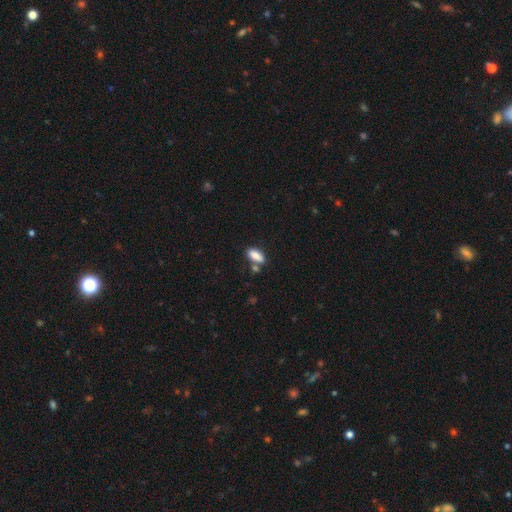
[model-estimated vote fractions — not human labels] smooth_or_featured: smooth (p=0.86) [alt: star or artifact p=0.08]
how_rounded: in between (p=0.85) [alt: cigar-shaped p=0.11]
merging: none (p=0.61) [alt: merger p=0.19]